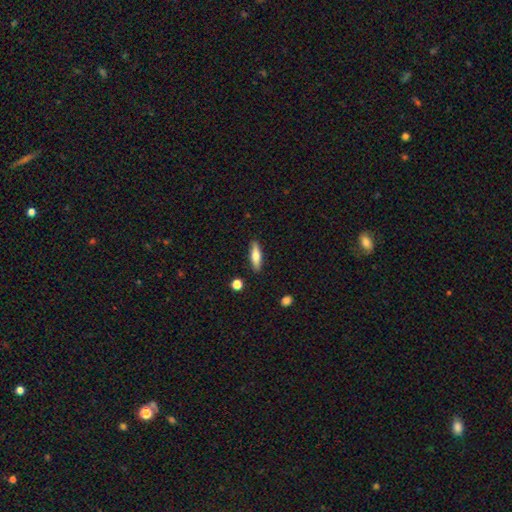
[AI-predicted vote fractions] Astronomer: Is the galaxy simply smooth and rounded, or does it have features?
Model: smooth — 66%.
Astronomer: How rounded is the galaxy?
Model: cigar-shaped — 60% (runner-up: in between, 38%).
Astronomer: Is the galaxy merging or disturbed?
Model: none — 88%.